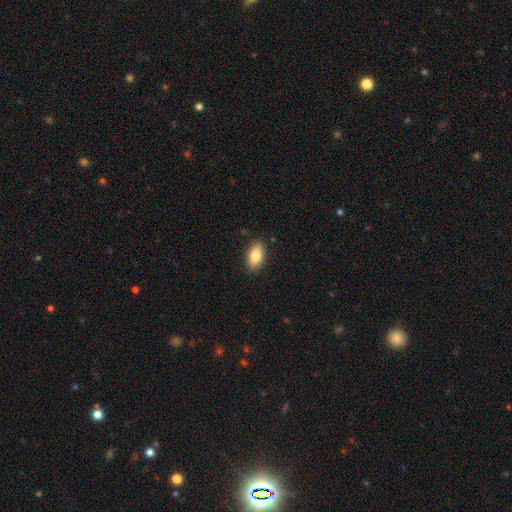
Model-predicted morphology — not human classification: Q: Smooth or featured?
A: smooth (83%); runner-up: featured or disk (10%)
Q: How rounded?
A: in between (90%); runner-up: cigar-shaped (5%)
Q: Merging?
A: none (88%); runner-up: minor disturbance (9%)